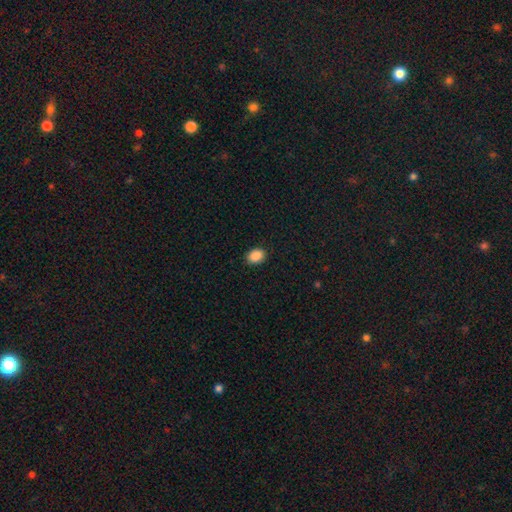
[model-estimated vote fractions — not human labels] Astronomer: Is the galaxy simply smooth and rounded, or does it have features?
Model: smooth — 89%.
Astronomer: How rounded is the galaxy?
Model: in between — 69%.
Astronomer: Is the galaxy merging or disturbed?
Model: none — 90%.